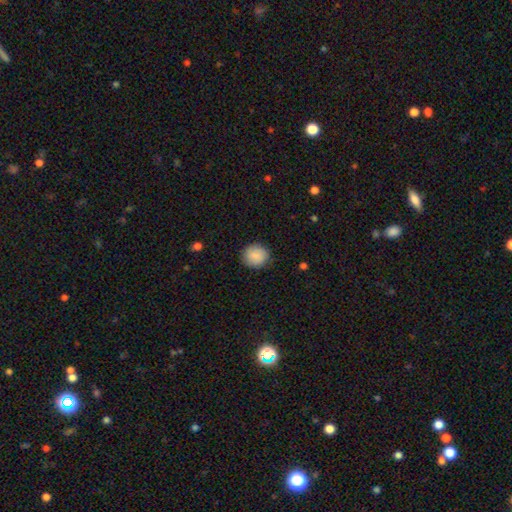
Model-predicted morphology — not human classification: Q: Smooth or featured?
A: smooth (88%); runner-up: star or artifact (7%)
Q: How rounded?
A: round (84%); runner-up: in between (15%)
Q: Merging?
A: none (86%); runner-up: minor disturbance (10%)